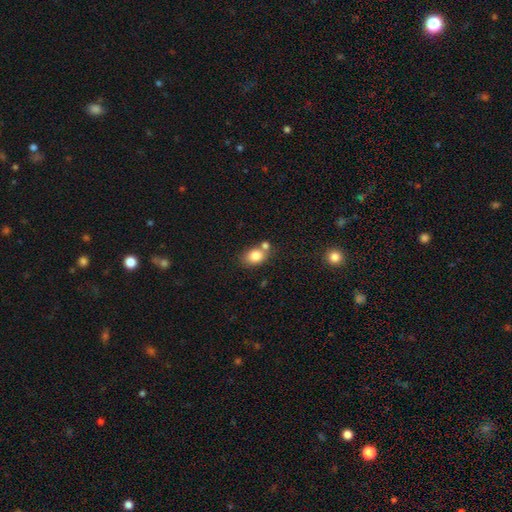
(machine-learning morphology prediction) Overall: smooth (81%). How rounded: in between (65%; round 33%). Merging: none (54%; merger 29%).